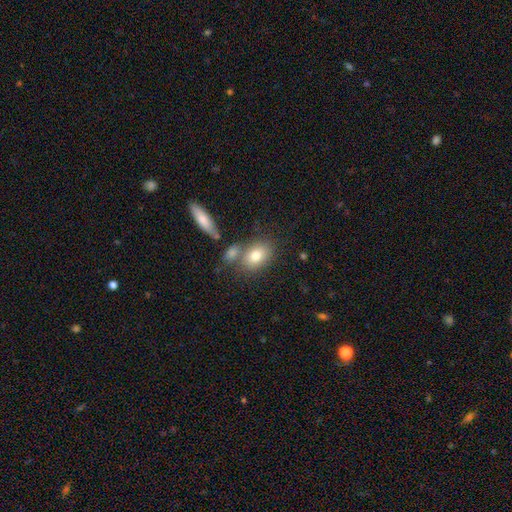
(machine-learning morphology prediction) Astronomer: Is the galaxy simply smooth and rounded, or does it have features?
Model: smooth — 79%.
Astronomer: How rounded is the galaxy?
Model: in between — 77%.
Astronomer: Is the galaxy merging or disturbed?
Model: none — 60%.